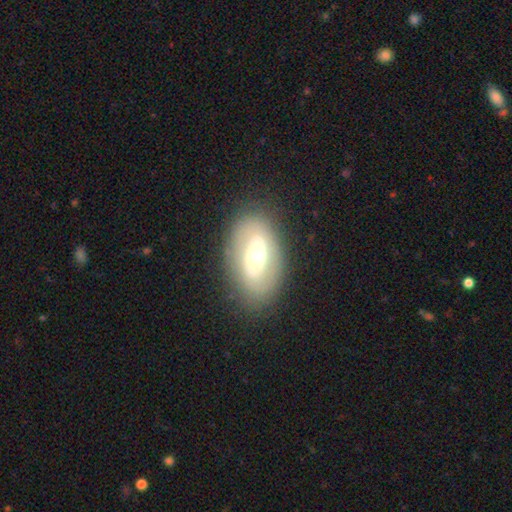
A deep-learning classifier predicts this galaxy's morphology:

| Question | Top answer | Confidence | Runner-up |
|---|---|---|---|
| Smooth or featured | featured or disk | 58% | smooth (35%) |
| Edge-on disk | no | 91% | yes (9%) |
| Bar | no | 38% | weak (36%) |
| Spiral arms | no | 56% | yes (44%) |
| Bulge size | moderate | 68% | small (17%) |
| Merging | none | 82% | minor disturbance (11%) |